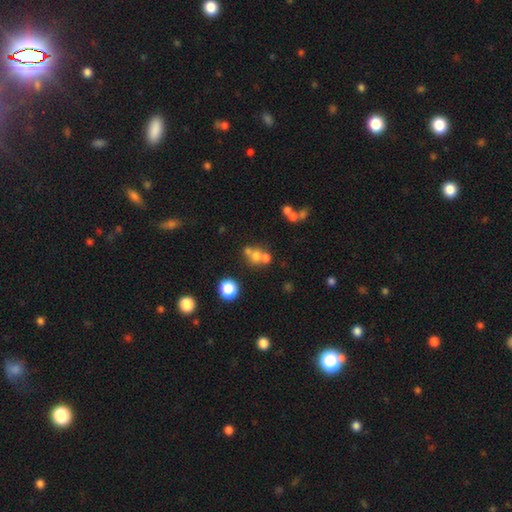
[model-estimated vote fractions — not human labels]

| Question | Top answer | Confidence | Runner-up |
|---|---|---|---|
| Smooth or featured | smooth | 58% | featured or disk (22%) |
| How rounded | round | 74% | in between (25%) |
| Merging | merger | 48% | none (38%) |